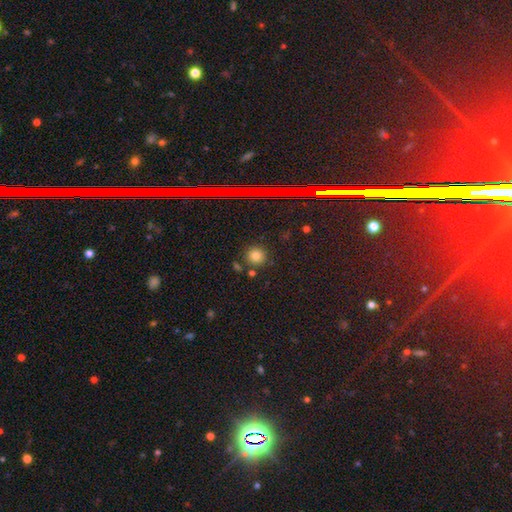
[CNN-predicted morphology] This is likely a smooth galaxy (77%). How rounded: clearly round (92%). Merging: clearly none (84%).